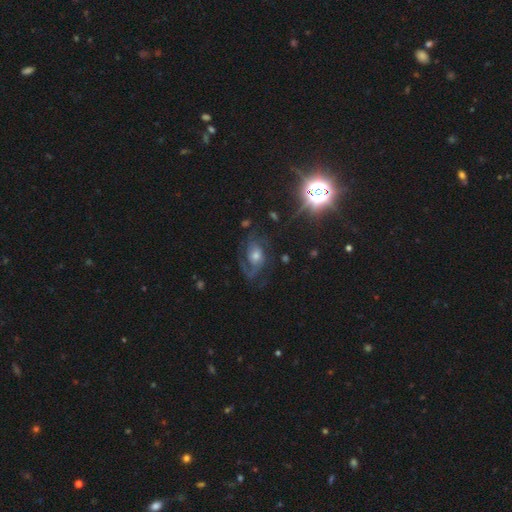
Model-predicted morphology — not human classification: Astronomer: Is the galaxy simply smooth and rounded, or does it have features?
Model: featured or disk — 69%.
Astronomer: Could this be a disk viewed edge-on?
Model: no — 96%.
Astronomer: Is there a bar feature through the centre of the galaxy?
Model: no — 71%.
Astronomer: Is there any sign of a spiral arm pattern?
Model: yes — 90%.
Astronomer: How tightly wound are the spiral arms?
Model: medium — 44% (runner-up: tight, 33%).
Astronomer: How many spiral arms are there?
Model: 2 — 39% (runner-up: can't tell, 24%).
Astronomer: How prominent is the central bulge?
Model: moderate — 57%.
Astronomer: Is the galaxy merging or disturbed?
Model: none — 59%.